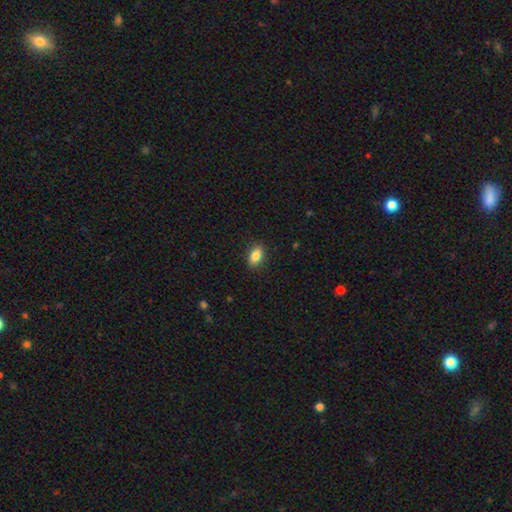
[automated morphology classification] Overall: smooth (84%). How rounded: in between (86%). Merging: none (88%).